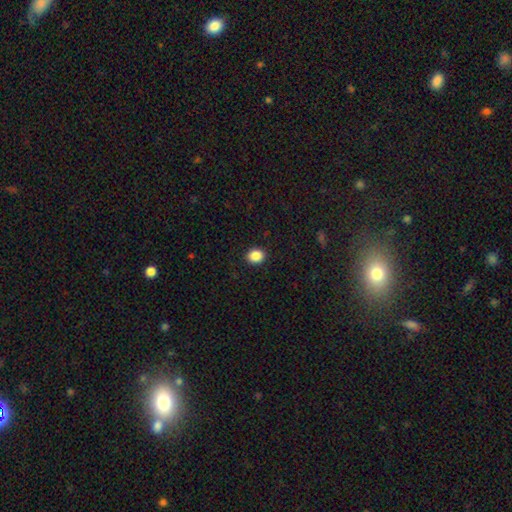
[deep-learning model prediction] Q: Smooth or featured?
A: smooth (88%); runner-up: star or artifact (9%)
Q: How rounded?
A: round (61%); runner-up: in between (38%)
Q: Merging?
A: none (91%); runner-up: minor disturbance (6%)